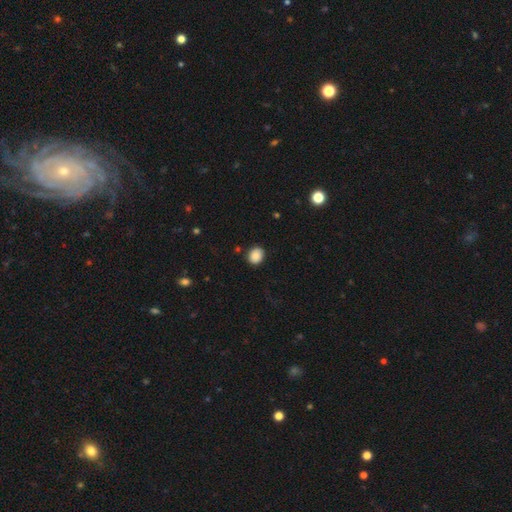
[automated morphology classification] A smooth galaxy with no disk features (88%) that is round (59%).

Vote fractions:
- Smooth or featured? smooth: 88% / star or artifact: 9% / featured or disk: 3%
- How rounded? round: 59% / in between: 40% / cigar-shaped: 1%
- Merging? none: 88% / minor disturbance: 9% / major disturbance: 2% / merger: 1%